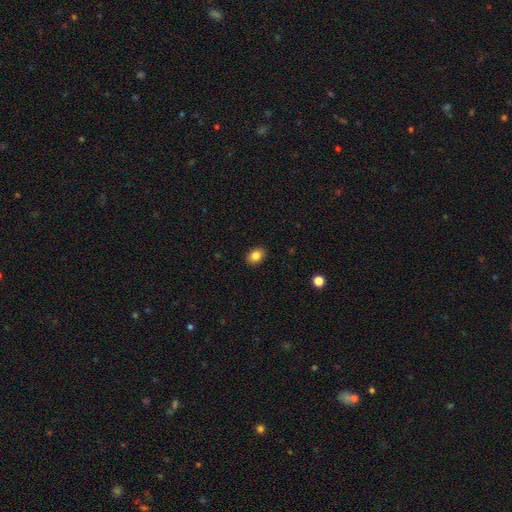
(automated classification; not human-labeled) smooth_or_featured: smooth (p=0.84) [alt: star or artifact p=0.09]
how_rounded: in between (p=0.67) [alt: round p=0.32]
merging: none (p=0.90) [alt: minor disturbance p=0.07]